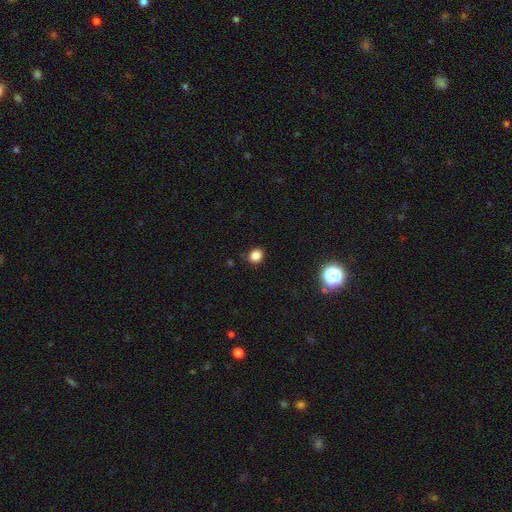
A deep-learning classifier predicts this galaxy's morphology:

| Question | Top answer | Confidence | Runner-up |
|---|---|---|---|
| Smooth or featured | smooth | 84% | star or artifact (13%) |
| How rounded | round | 76% | in between (23%) |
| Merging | none | 86% | minor disturbance (10%) |